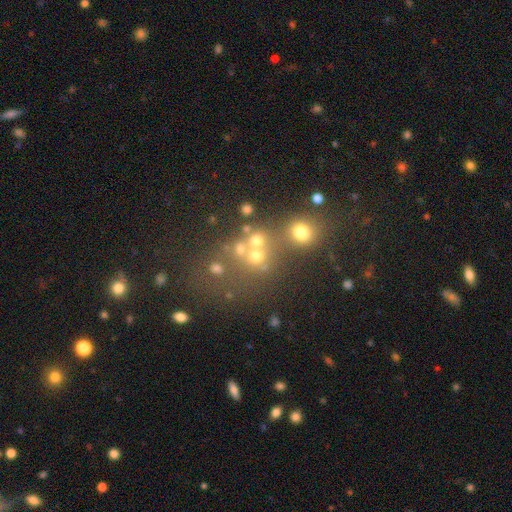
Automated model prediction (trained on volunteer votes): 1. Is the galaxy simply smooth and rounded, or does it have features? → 62% smooth, 24% star or artifact, 14% featured or disk.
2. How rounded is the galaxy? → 84% round, 15% in between, 1% cigar-shaped.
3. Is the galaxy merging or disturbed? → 55% none, 29% merger, 9% minor disturbance, 7% major disturbance.